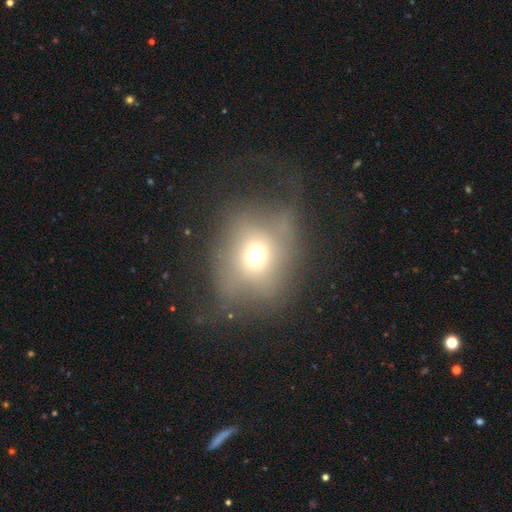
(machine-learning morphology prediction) A smooth galaxy with no disk features (60%) that is round (73%).

Vote fractions:
- Smooth or featured? smooth: 60% / featured or disk: 22% / star or artifact: 18%
- How rounded? round: 73% / in between: 26% / cigar-shaped: 2%
- Merging? none: 45% / major disturbance: 29% / minor disturbance: 23% / merger: 3%